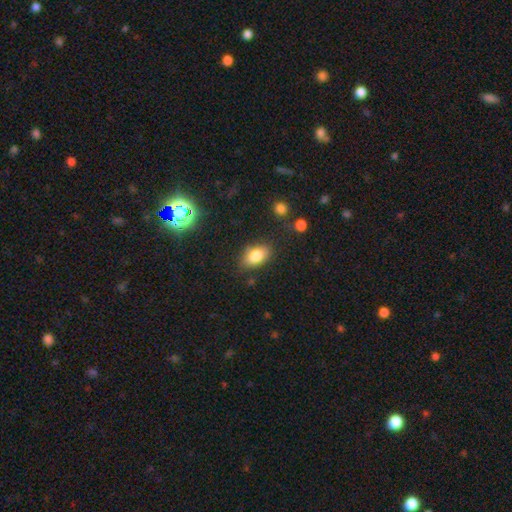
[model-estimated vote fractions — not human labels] smooth 81%, featured or disk 10%, star or artifact 9%. Down the decision tree: how rounded — in between (88%); merging — none (80%).